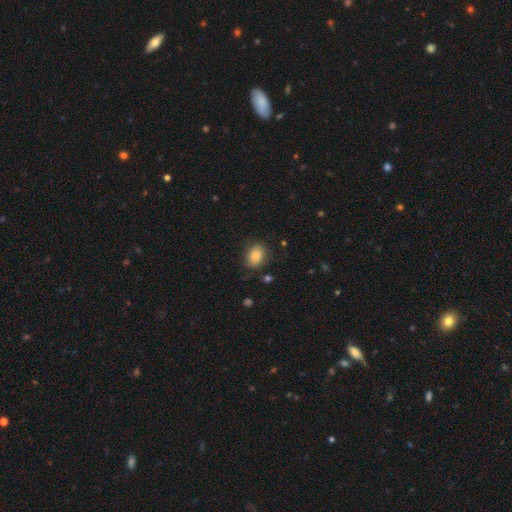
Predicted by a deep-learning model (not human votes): Morphology: type=smooth (86%); roundness=in between (74%); merging=none (77%).